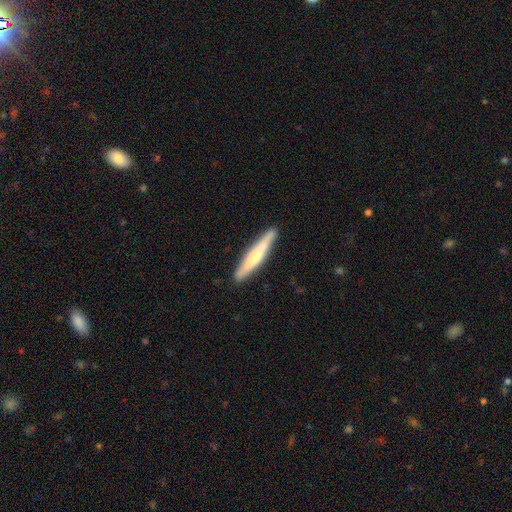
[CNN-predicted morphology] Q: Smooth or featured?
A: smooth (52%); runner-up: featured or disk (43%)
Q: How rounded?
A: cigar-shaped (92%); runner-up: in between (6%)
Q: Merging?
A: none (87%); runner-up: minor disturbance (10%)